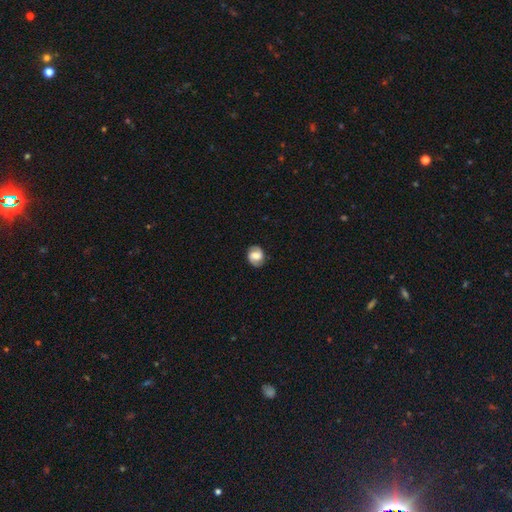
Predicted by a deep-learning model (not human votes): Smooth or featured?
  - featured or disk: 61% *
  - smooth: 31%
  - star or artifact: 8%
Edge-on disk?
  - no: 97% *
  - yes: 3%
Bar?
  - weak: 45% *
  - no: 36%
  - strong: 20%
Spiral arms?
  - yes: 89% *
  - no: 11%
Spiral winding?
  - medium: 46% *
  - tight: 33%
  - loose: 21%
Spiral arm count?
  - 2: 90% *
  - can't tell: 4%
  - 1: 3%
  - 3: 1%
  - 4: 1%
  - more than 4: 1%
Bulge size?
  - moderate: 44% *
  - large: 33%
  - small: 13%
  - none: 6%
  - dominant: 4%
Merging?
  - none: 85% *
  - minor disturbance: 10%
  - major disturbance: 3%
  - merger: 1%